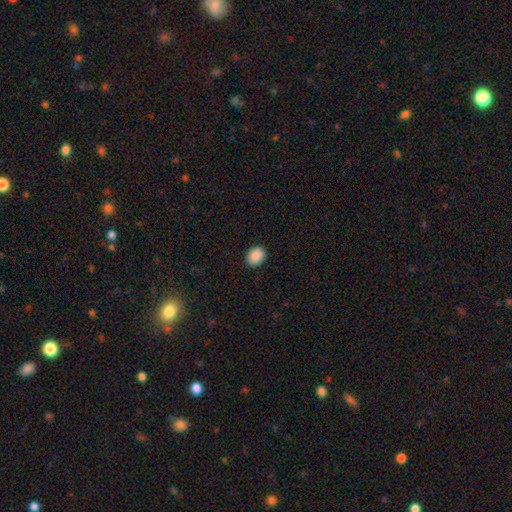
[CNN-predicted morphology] Smooth or featured? Predicted: smooth (p=0.89). How rounded? Predicted: in between (p=0.51). Merging? Predicted: none (p=0.90).